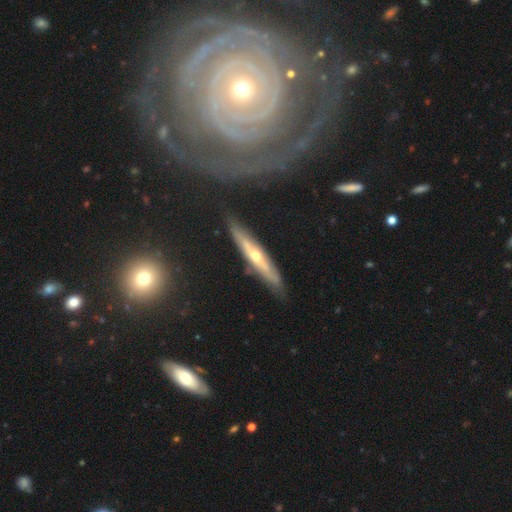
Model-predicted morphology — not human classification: A featured or disk galaxy (69%) viewed edge-on (80%) with a rounded central bulge (79%). Merging: none (82%).